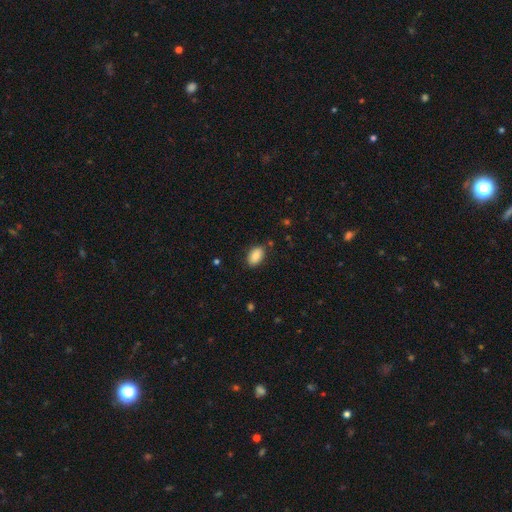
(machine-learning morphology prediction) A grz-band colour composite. It shows a smooth galaxy with no disk features (82%) that is in between round and cigar-shaped (90%). Merging: none (84%).